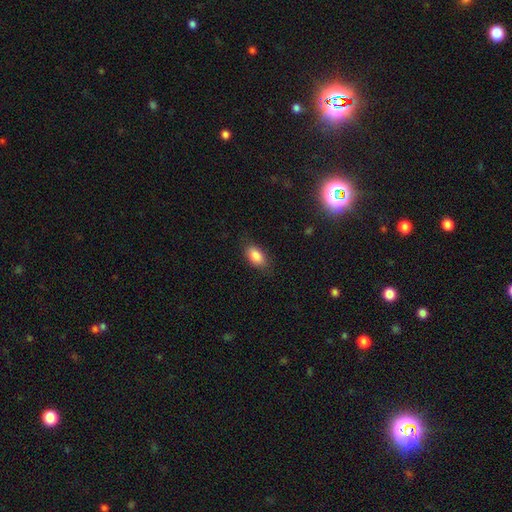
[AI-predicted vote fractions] A smooth galaxy with no disk features (86%) that is in between round and cigar-shaped (90%). Merging: none (82%).